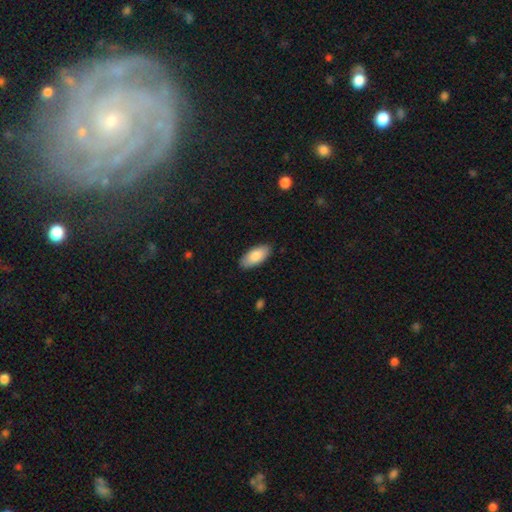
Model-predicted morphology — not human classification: Smooth or featured: smooth — 85% (featured or disk — 9%)
How rounded: in between — 90% (cigar-shaped — 8%)
Merging: none — 87% (minor disturbance — 10%)